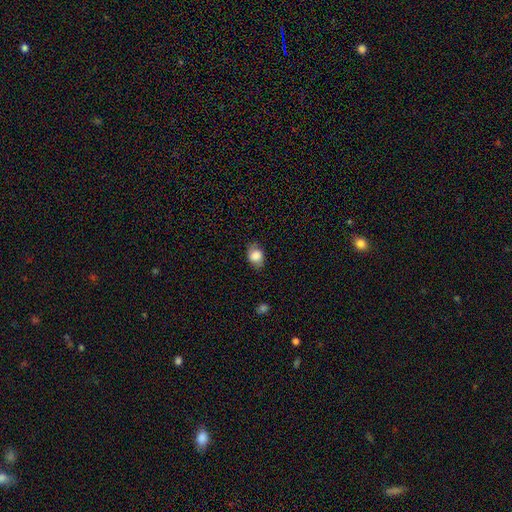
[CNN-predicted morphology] This is likely a smooth galaxy (77%). How rounded: likely in between (66%). Merging: likely none (74%).